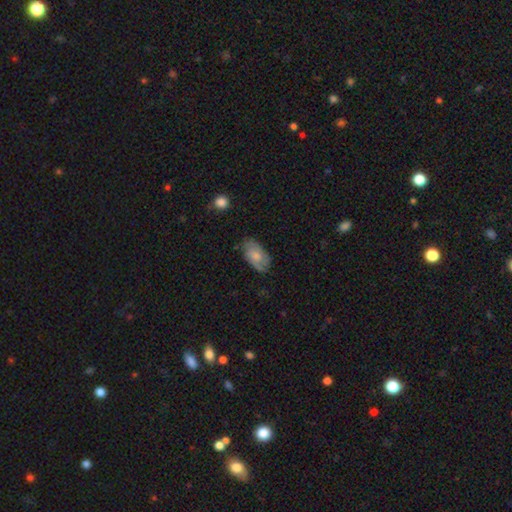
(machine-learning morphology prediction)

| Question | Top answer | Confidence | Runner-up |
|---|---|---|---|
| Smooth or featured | smooth | 65% | featured or disk (28%) |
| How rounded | in between | 94% | round (4%) |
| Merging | none | 70% | minor disturbance (24%) |